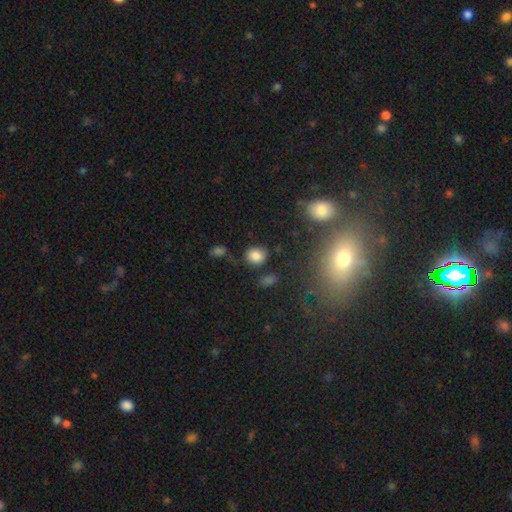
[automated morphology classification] A smooth galaxy with no disk features (83%) that is round (68%). Merging: none (78%).